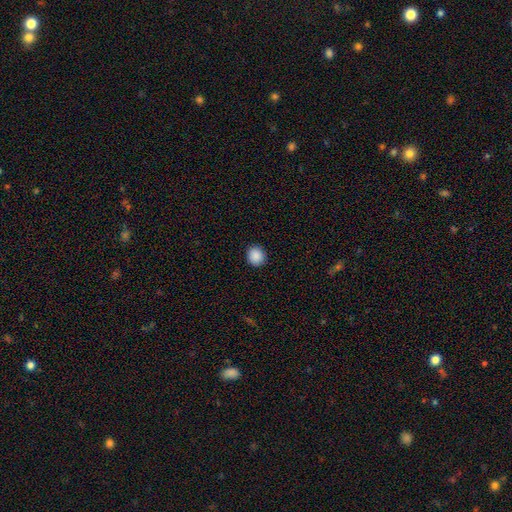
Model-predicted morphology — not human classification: smooth-or-featured: smooth: 89% | star or artifact: 8% | featured or disk: 3%
  how-rounded: round: 83% | in between: 16% | cigar-shaped: 1%
  merging: none: 91% | minor disturbance: 6% | major disturbance: 2% | merger: 1%